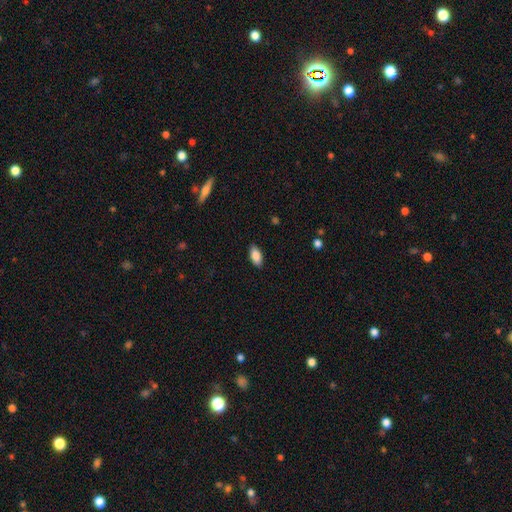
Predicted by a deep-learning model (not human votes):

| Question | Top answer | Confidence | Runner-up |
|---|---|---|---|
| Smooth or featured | smooth | 87% | featured or disk (7%) |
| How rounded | in between | 90% | cigar-shaped (7%) |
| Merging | none | 88% | minor disturbance (9%) |